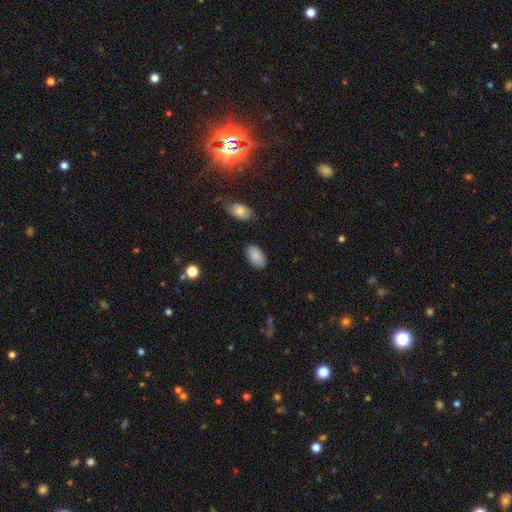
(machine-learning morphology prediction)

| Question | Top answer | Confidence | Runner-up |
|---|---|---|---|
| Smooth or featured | smooth | 87% | star or artifact (7%) |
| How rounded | in between | 93% | round (5%) |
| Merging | none | 84% | minor disturbance (11%) |